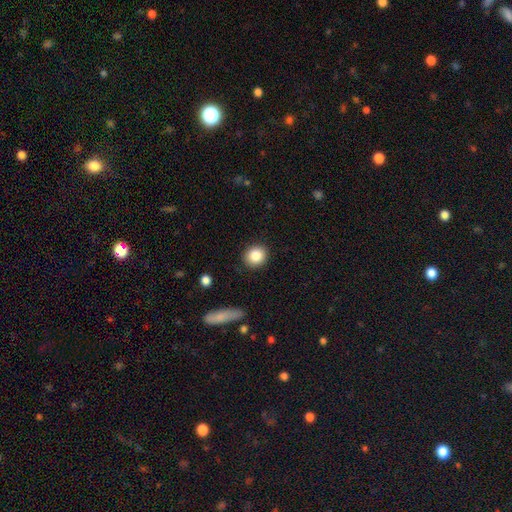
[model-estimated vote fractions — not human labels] A smooth galaxy with no disk features (85%) that is round (79%). Merging: none (89%).